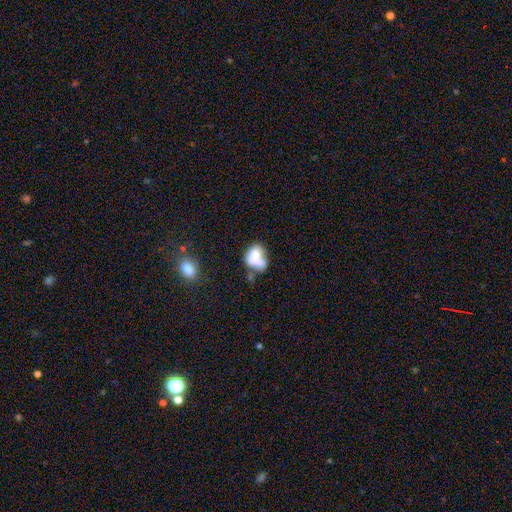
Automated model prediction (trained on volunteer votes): Overall: smooth (66%). How rounded: in between (62%; round 37%). Merging: merger (45%; none 23%).